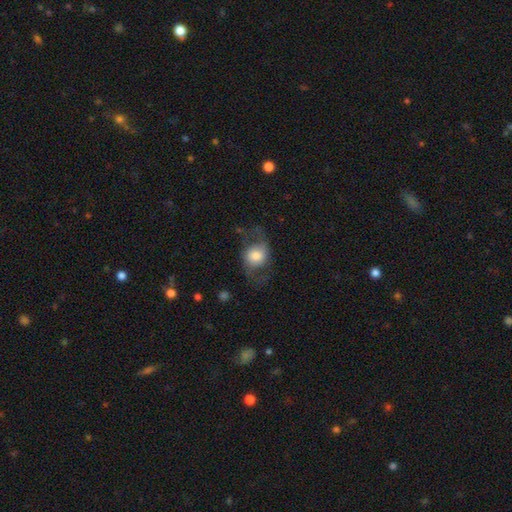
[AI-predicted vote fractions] This appears to be a smooth galaxy with no disk features (51%) that is round (58%). Merging: none (57%).